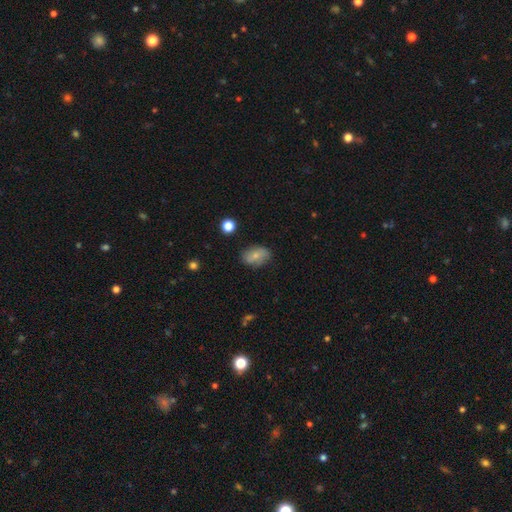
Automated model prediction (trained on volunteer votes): A smooth galaxy with no disk features (67%) that is in between round and cigar-shaped (85%).

Vote fractions:
- Smooth or featured? smooth: 67% / featured or disk: 24% / star or artifact: 9%
- How rounded? in between: 85% / round: 13% / cigar-shaped: 2%
- Merging? none: 75% / minor disturbance: 19% / major disturbance: 4% / merger: 2%